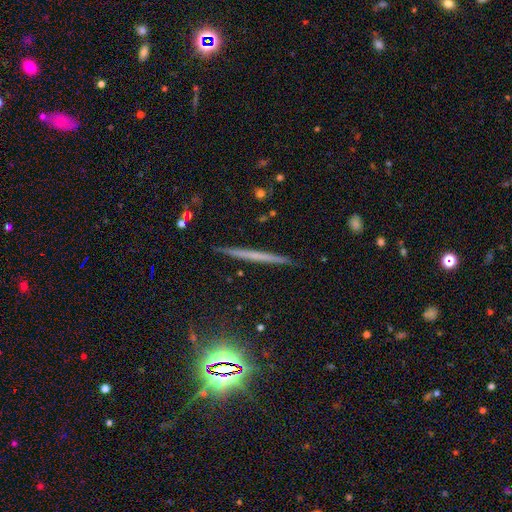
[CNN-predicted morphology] smooth_or_featured: featured or disk (p=0.49) [alt: smooth p=0.37]
merging: none (p=0.91) [alt: minor disturbance p=0.06]